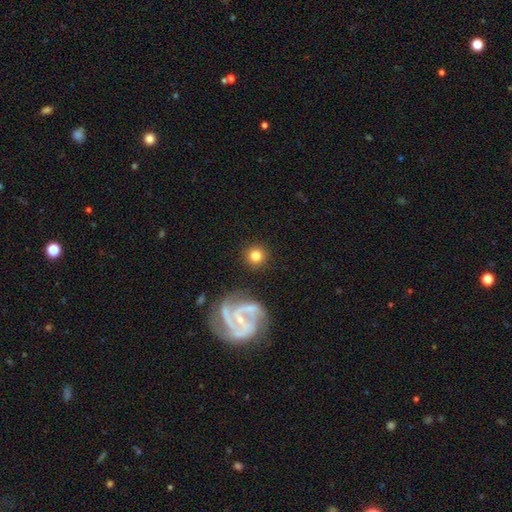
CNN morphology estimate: Overall: smooth (75%). How rounded: round (93%). Merging: none (87%).